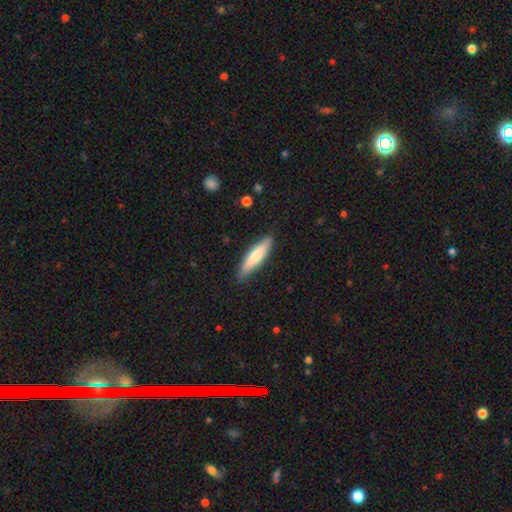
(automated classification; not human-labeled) smooth_or_featured: smooth (p=0.71) [alt: featured or disk p=0.23]
how_rounded: cigar-shaped (p=0.78) [alt: in between p=0.21]
merging: none (p=0.84) [alt: minor disturbance p=0.12]